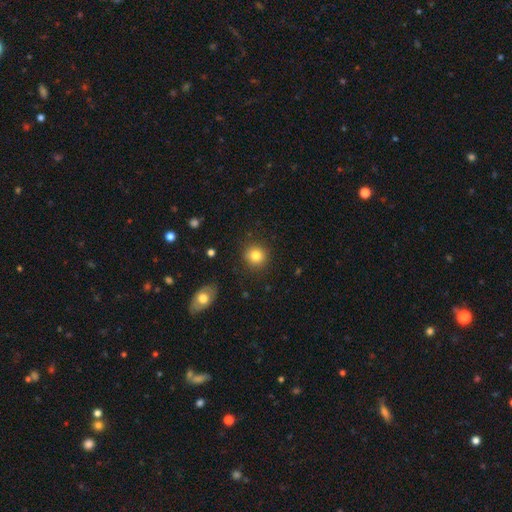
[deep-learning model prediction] smooth-or-featured: smooth: 81% | star or artifact: 11% | featured or disk: 8%
  how-rounded: round: 91% | in between: 8% | cigar-shaped: 1%
  merging: none: 89% | minor disturbance: 7% | major disturbance: 2% | merger: 1%